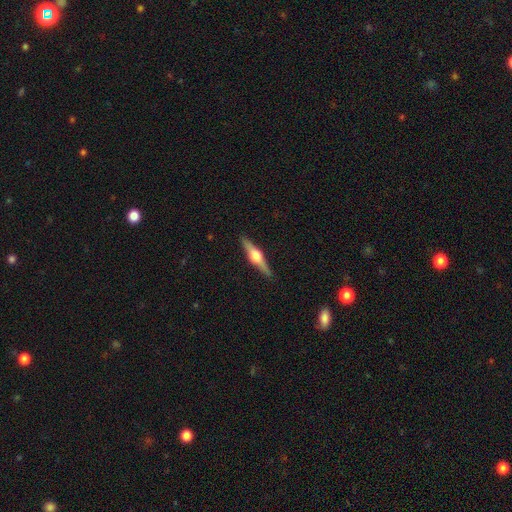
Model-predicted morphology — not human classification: Smooth or featured? Predicted: featured or disk (p=0.76). Edge-on disk? Predicted: yes (p=0.98). Edge-on bulge? Predicted: rounded (p=0.95). Merging? Predicted: none (p=0.91).